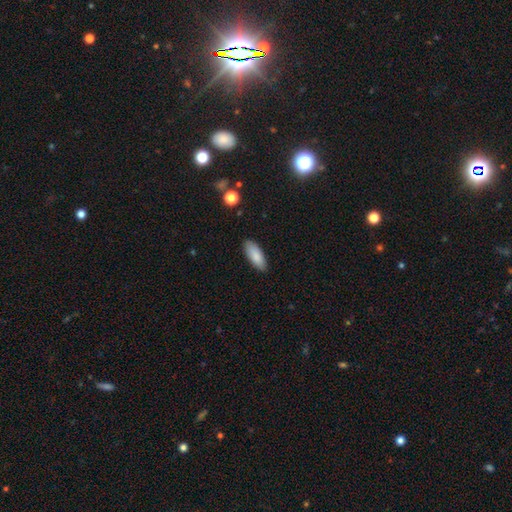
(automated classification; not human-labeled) A smooth galaxy with no disk features (87%) that is in between round and cigar-shaped (76%).

Vote fractions:
- Smooth or featured? smooth: 87% / featured or disk: 7% / star or artifact: 6%
- How rounded? in between: 76% / cigar-shaped: 22% / round: 2%
- Merging? none: 86% / minor disturbance: 10% / major disturbance: 2% / merger: 1%